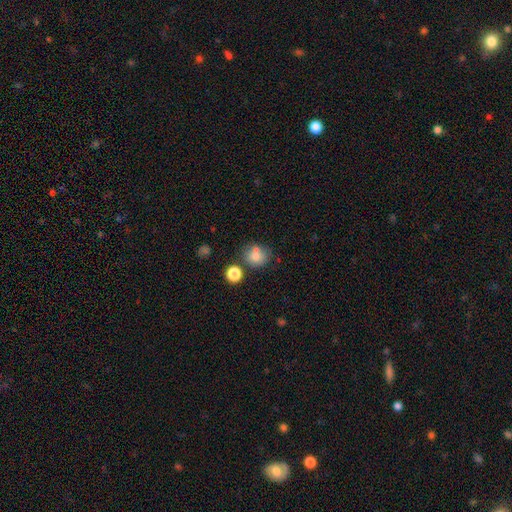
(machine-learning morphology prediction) Q: Smooth or featured?
A: smooth (77%); runner-up: star or artifact (12%)
Q: How rounded?
A: round (77%); runner-up: in between (22%)
Q: Merging?
A: none (59%); runner-up: merger (23%)